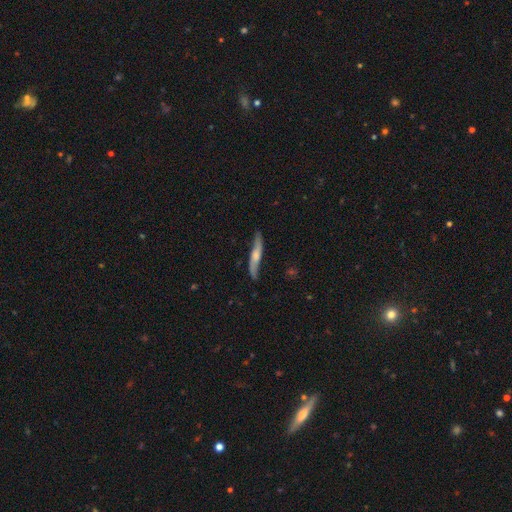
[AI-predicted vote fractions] A featured or disk galaxy (52%) viewed edge-on (73%).

Vote fractions:
- Smooth or featured? featured or disk: 52% / smooth: 43% / star or artifact: 5%
- Edge-on disk? yes: 73% / no: 27%
- Merging? none: 76% / minor disturbance: 18% / major disturbance: 3% / merger: 2%